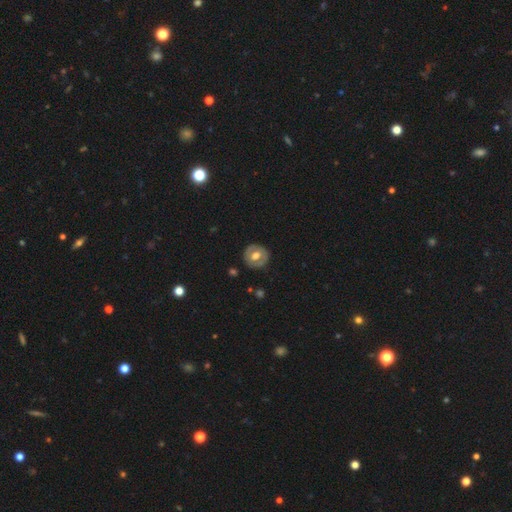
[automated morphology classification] Q: Smooth or featured?
A: smooth (47%); runner-up: featured or disk (46%)
Q: Merging?
A: none (85%); runner-up: minor disturbance (11%)